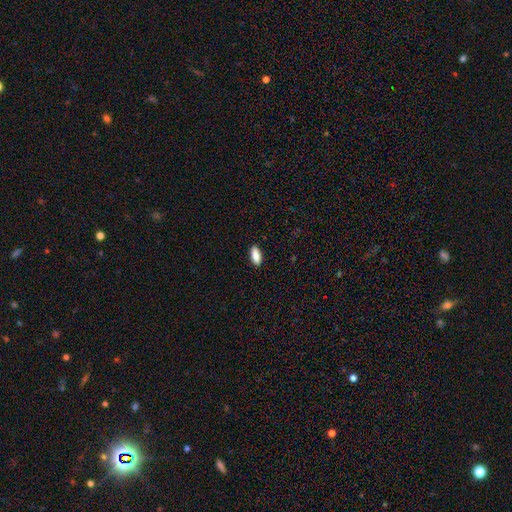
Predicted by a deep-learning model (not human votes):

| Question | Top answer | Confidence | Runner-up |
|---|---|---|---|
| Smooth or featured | smooth | 87% | star or artifact (7%) |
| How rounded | in between | 81% | cigar-shaped (16%) |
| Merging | none | 90% | minor disturbance (8%) |